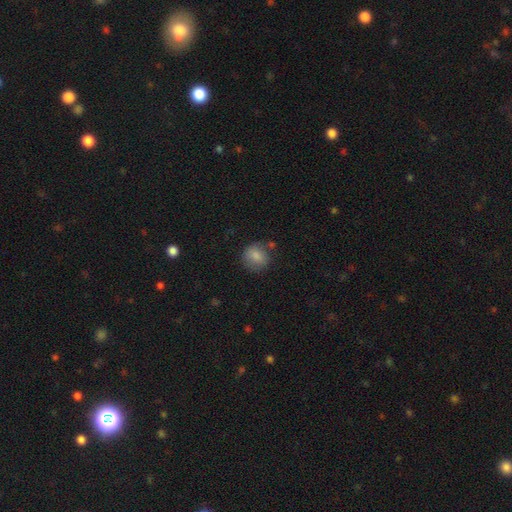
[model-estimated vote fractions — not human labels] This is clearly a smooth galaxy (81%). How rounded: clearly round (83%). Merging: likely none (71%).